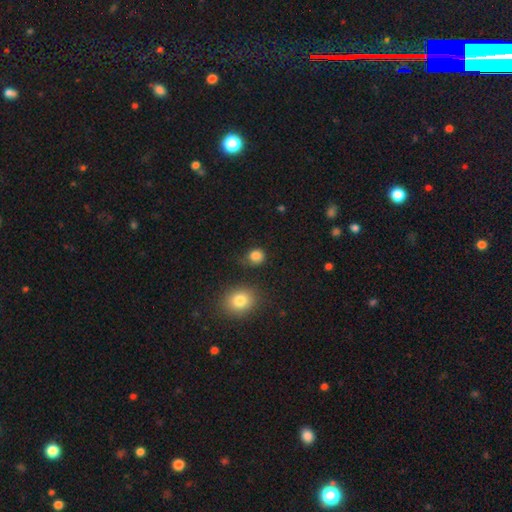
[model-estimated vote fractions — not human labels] smooth-or-featured: smooth: 83% | star or artifact: 12% | featured or disk: 5%
  how-rounded: round: 82% | in between: 16% | cigar-shaped: 1%
  merging: none: 74% | minor disturbance: 16% | major disturbance: 5% | merger: 5%